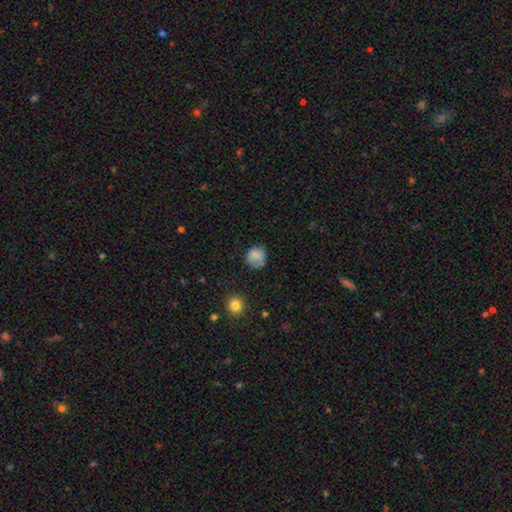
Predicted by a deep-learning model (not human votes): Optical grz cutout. It shows a smooth galaxy with no disk features (80%) that is round (80%). Merging: none (65%).